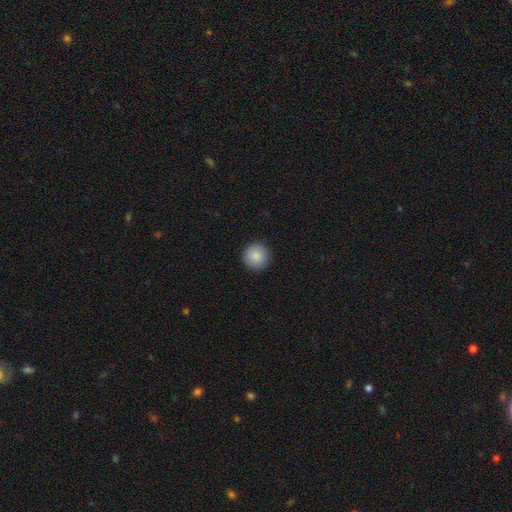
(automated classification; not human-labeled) smooth-or-featured: smooth: 88% | star or artifact: 8% | featured or disk: 4%
  how-rounded: round: 95% | in between: 4% | cigar-shaped: 1%
  merging: none: 92% | minor disturbance: 5% | major disturbance: 2% | merger: 1%